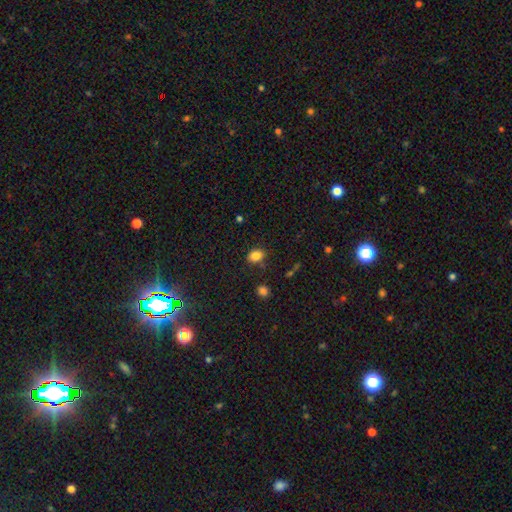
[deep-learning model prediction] A smooth galaxy with no disk features (83%) that is in between round and cigar-shaped (73%).

Vote fractions:
- Smooth or featured? smooth: 83% / star or artifact: 11% / featured or disk: 6%
- How rounded? in between: 73% / round: 25% / cigar-shaped: 1%
- Merging? none: 78% / minor disturbance: 15% / merger: 4% / major disturbance: 4%